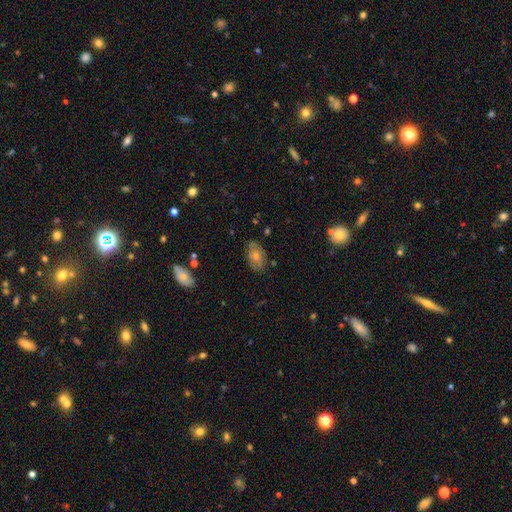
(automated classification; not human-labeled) This is marginally a smooth galaxy (44%). Merging: likely none (79%).